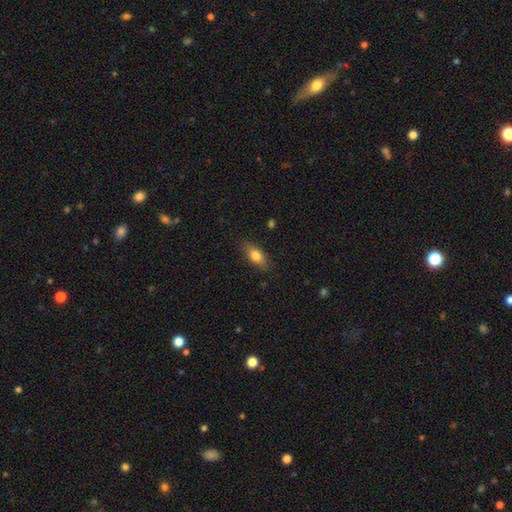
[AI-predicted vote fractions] Q: Smooth or featured?
A: smooth (77%); runner-up: featured or disk (15%)
Q: How rounded?
A: in between (78%); runner-up: cigar-shaped (16%)
Q: Merging?
A: none (82%); runner-up: minor disturbance (14%)